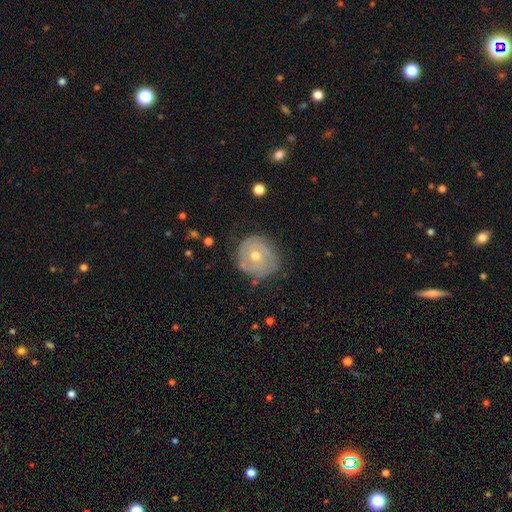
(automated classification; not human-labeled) smooth_or_featured: featured or disk (p=0.65) [alt: smooth p=0.27]
disk_edge_on: no (p=0.97) [alt: yes p=0.03]
bar: no (p=0.81) [alt: weak p=0.16]
has_spiral_arms: yes (p=0.72) [alt: no p=0.28]
bulge_size: moderate (p=0.63) [alt: small p=0.34]
merging: none (p=0.74) [alt: minor disturbance p=0.19]